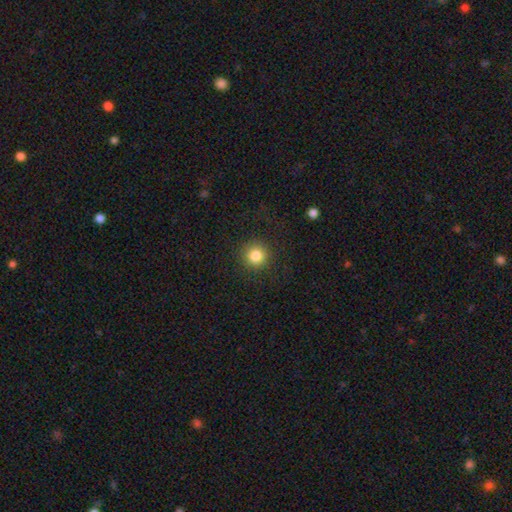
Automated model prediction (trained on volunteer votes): Smooth or featured? smooth (83%)
How rounded? round (94%)
Merging? none (90%)